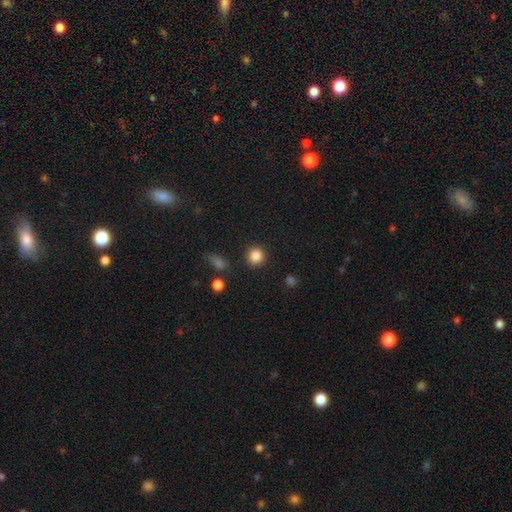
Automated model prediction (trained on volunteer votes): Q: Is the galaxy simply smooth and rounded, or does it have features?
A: smooth — 86%.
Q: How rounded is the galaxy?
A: round — 92%.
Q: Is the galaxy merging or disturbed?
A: none — 88%.